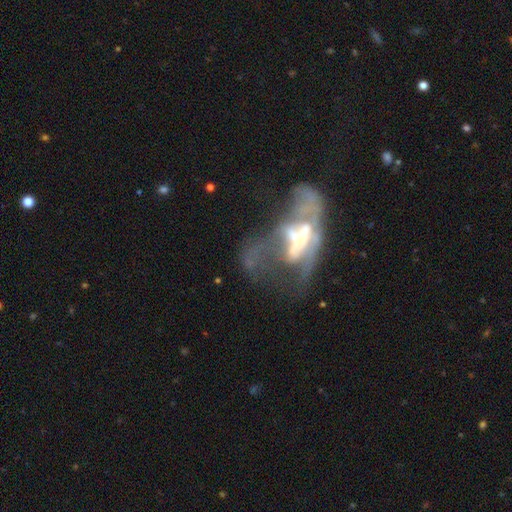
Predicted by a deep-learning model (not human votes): smooth_or_featured: featured or disk (p=0.65) [alt: smooth p=0.20]
disk_edge_on: no (p=0.89) [alt: yes p=0.11]
bar: no (p=0.58) [alt: weak p=0.25]
has_spiral_arms: no (p=0.68) [alt: yes p=0.32]
bulge_size: moderate (p=0.42) [alt: none p=0.18]
merging: major disturbance (p=0.48) [alt: merger p=0.24]